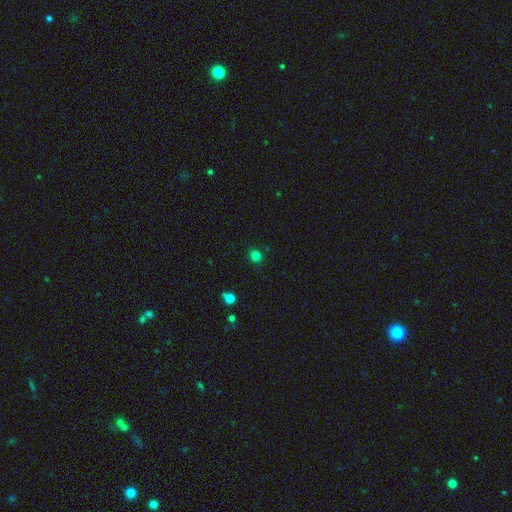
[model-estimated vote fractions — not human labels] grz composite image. It shows a smooth galaxy with no disk features (80%) that is round (85%). Merging: none (87%).